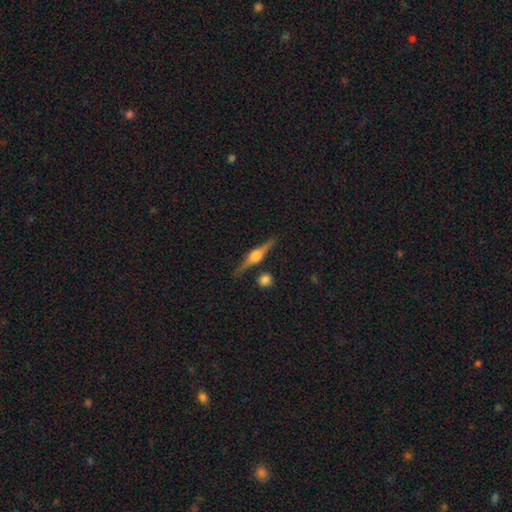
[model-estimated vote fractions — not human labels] A featured or disk galaxy (81%) viewed edge-on (98%) with a rounded central bulge (90%).

Vote fractions:
- Smooth or featured? featured or disk: 81% / smooth: 13% / star or artifact: 6%
- Edge-on disk? yes: 98% / no: 2%
- Edge-on bulge? rounded: 90% / boxy: 8% / none: 2%
- Merging? none: 85% / minor disturbance: 9% / merger: 4% / major disturbance: 3%